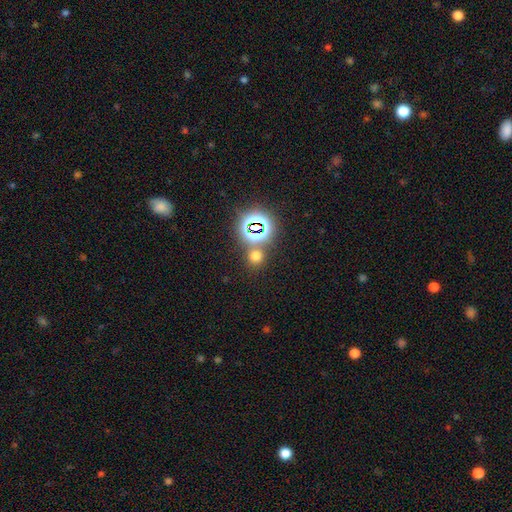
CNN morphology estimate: The model was most divided on "smooth or featured": smooth: 59%, star or artifact: 34%, featured or disk: 7%. More confident: how rounded — round (86%); merging — none (73%).